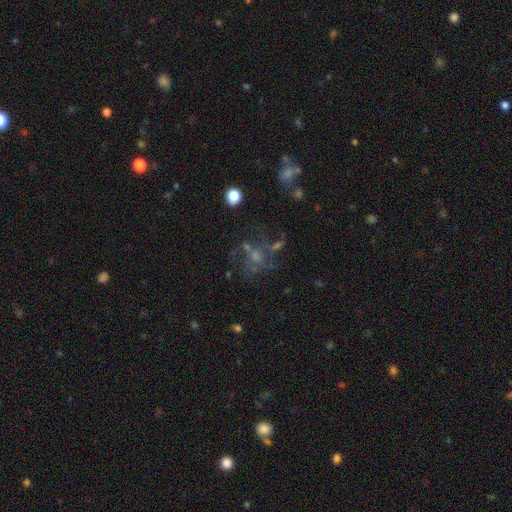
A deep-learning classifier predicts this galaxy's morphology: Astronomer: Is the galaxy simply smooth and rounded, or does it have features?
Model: featured or disk — 50% (runner-up: smooth, 27%).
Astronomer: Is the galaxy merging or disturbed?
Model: none — 44% (runner-up: major disturbance, 26%).